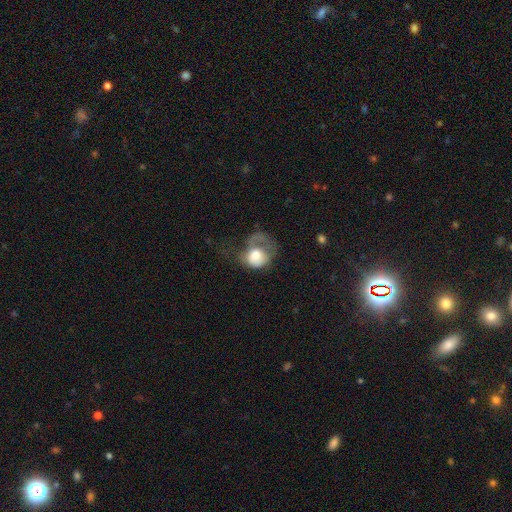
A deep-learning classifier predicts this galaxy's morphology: Overall: smooth (59%; featured or disk 34%). How rounded: round (58%; in between 41%). Merging: major disturbance (62%).